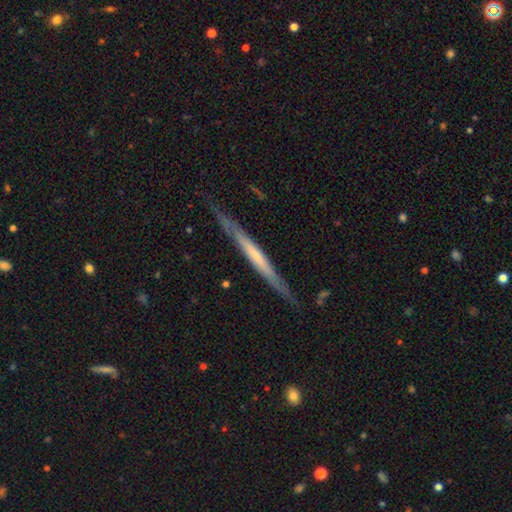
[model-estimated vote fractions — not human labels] Morphology: type=featured or disk (63%); edge-on=yes (94%); edge-on bulge=none (69%); merging=none (79%).